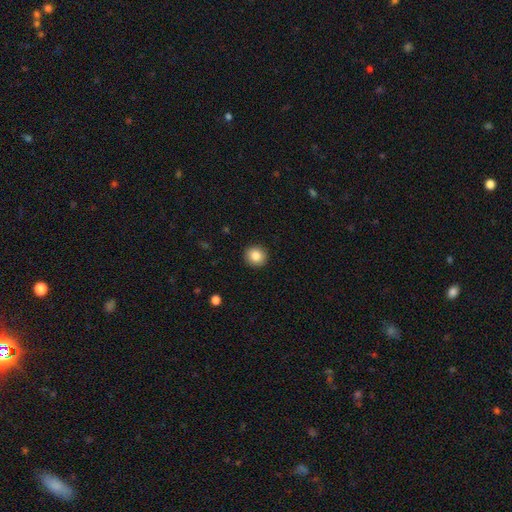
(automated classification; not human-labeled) A smooth galaxy with no disk features (85%) that is round (89%).

Vote fractions:
- Smooth or featured? smooth: 85% / star or artifact: 9% / featured or disk: 6%
- How rounded? round: 89% / in between: 10% / cigar-shaped: 1%
- Merging? none: 92% / minor disturbance: 5% / major disturbance: 2% / merger: 1%